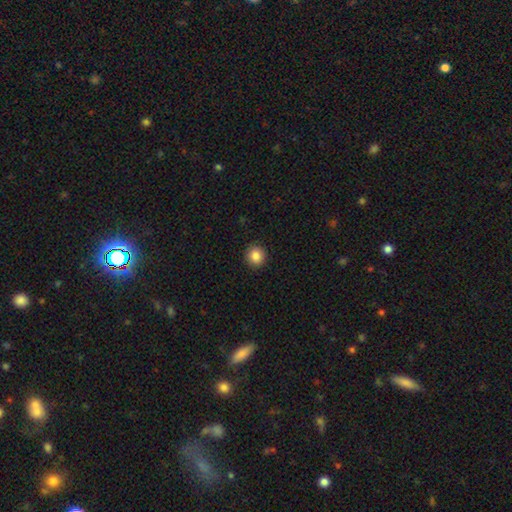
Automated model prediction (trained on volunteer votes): smooth_or_featured: smooth (p=0.86) [alt: star or artifact p=0.10]
how_rounded: round (p=0.93) [alt: in between p=0.07]
merging: none (p=0.92) [alt: minor disturbance p=0.05]